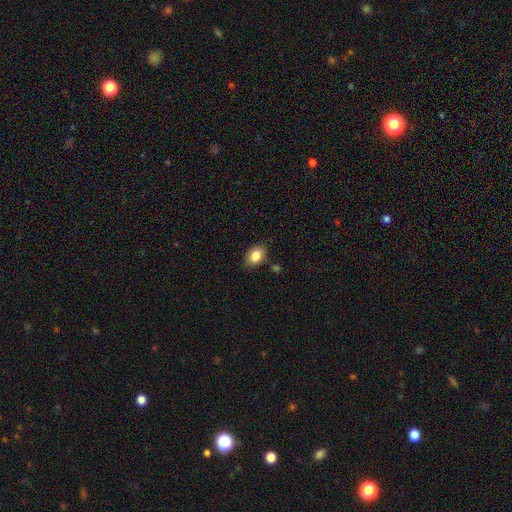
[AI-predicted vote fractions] A smooth galaxy with no disk features (84%) that is in between round and cigar-shaped (77%). Merging: none (82%).